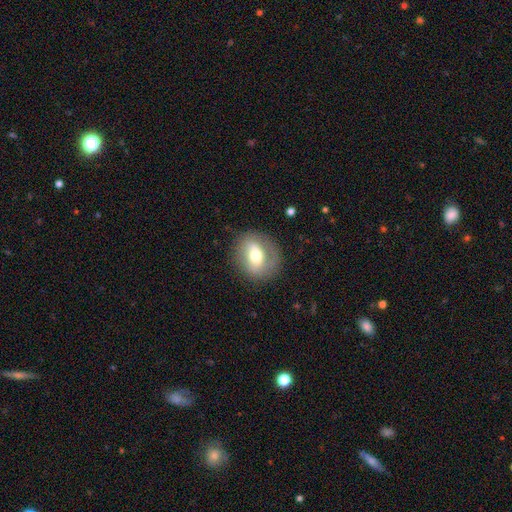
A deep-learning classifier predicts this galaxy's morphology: Smooth or featured?
  - smooth: 47% *
  - featured or disk: 45%
  - star or artifact: 8%
Merging?
  - none: 78% *
  - minor disturbance: 14%
  - major disturbance: 7%
  - merger: 1%